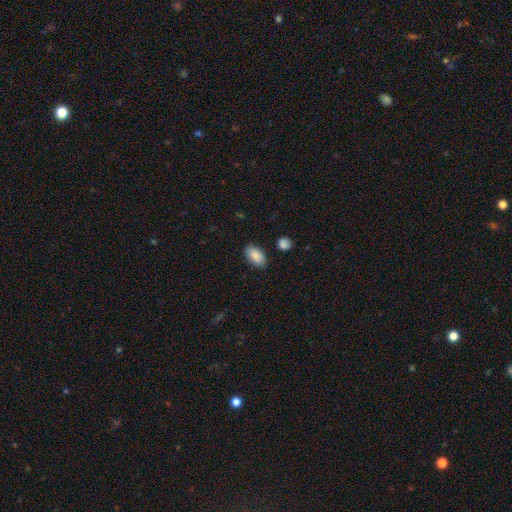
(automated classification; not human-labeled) Morphology: type=smooth (88%); roundness=in between (94%); merging=none (84%).